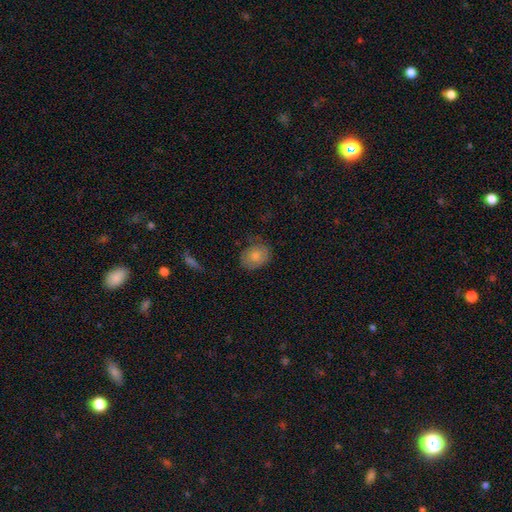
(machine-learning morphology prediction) The model was most divided on "how rounded": round: 53%, in between: 46%, cigar-shaped: 1%. More confident: smooth or featured — smooth (77%); merging — none (65%).